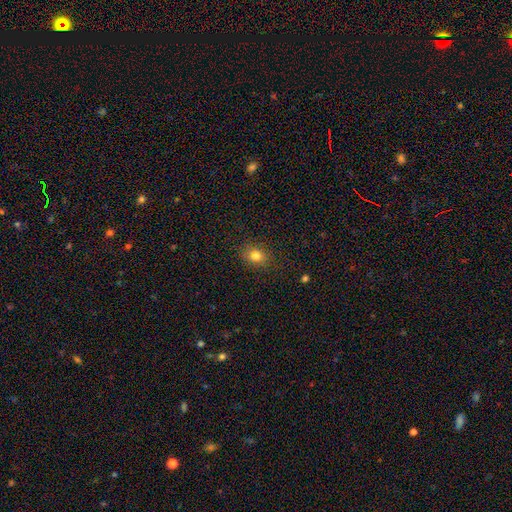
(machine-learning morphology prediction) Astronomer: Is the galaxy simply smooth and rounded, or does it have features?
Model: smooth — 81%.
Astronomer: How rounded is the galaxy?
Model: in between — 50% (runner-up: round, 49%).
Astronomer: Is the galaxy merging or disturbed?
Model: none — 85%.